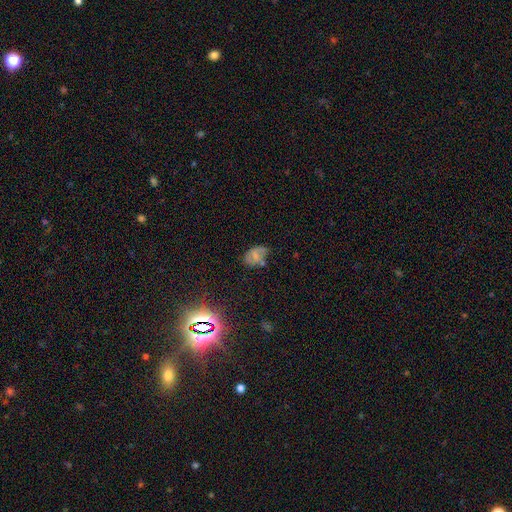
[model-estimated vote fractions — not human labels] smooth 54%, featured or disk 29%, star or artifact 18%. Down the decision tree: how rounded — in between (80%); merging — none (50%).